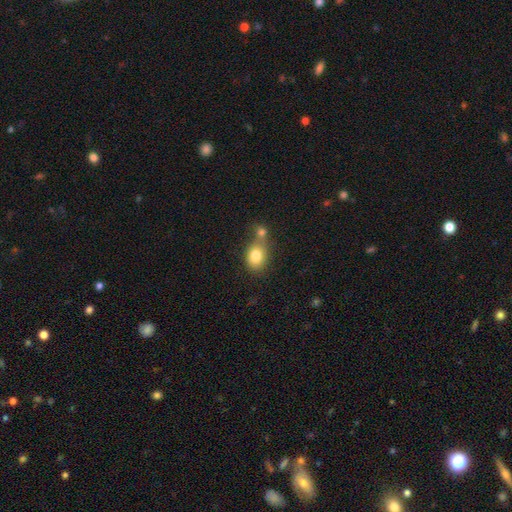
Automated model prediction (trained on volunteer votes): Morphology: type=smooth (80%); roundness=in between (57%); merging=merger (44%).